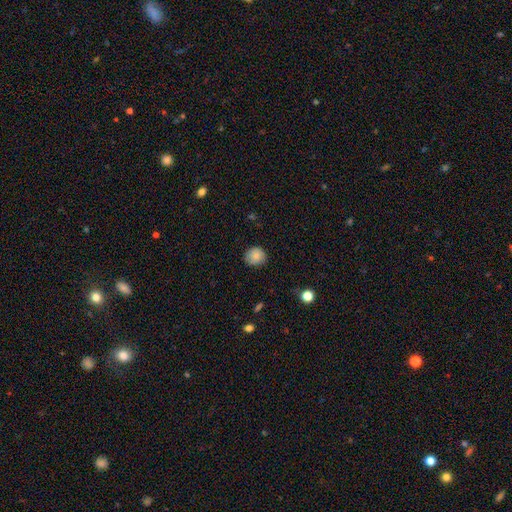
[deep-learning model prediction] Morphology: type=smooth (85%); roundness=round (83%); merging=none (83%).